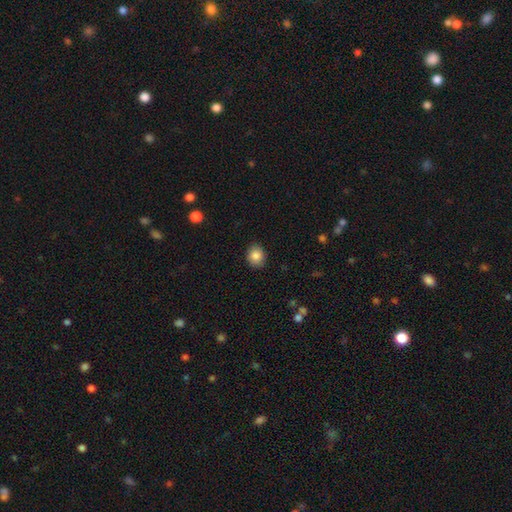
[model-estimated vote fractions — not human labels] smooth-or-featured: smooth: 86% | star or artifact: 9% | featured or disk: 6%
  how-rounded: round: 63% | in between: 36% | cigar-shaped: 1%
  merging: none: 88% | minor disturbance: 9% | major disturbance: 2% | merger: 1%